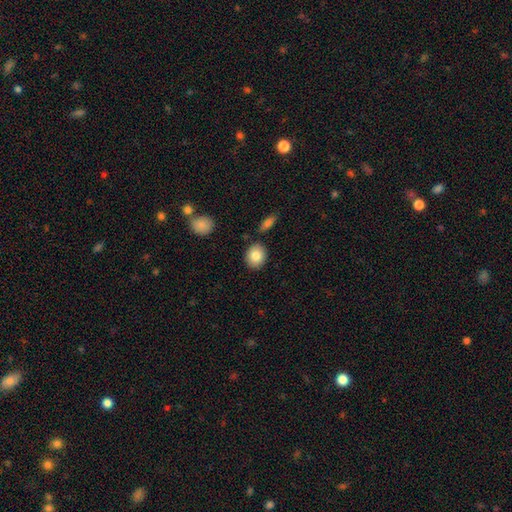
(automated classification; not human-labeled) smooth_or_featured: smooth (p=0.83) [alt: featured or disk p=0.09]
how_rounded: round (p=0.64) [alt: in between p=0.35]
merging: none (p=0.84) [alt: minor disturbance p=0.09]